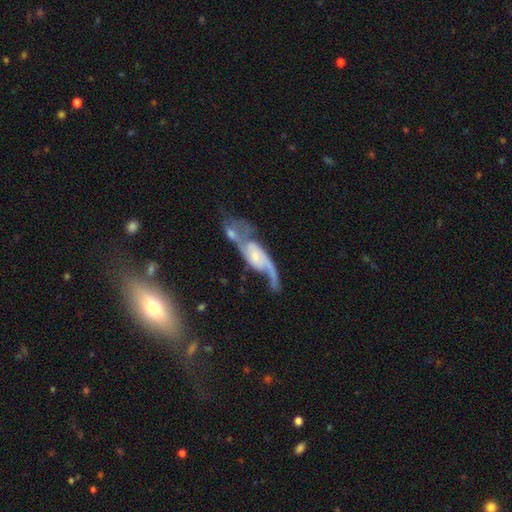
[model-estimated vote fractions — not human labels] This is clearly a featured or disk galaxy (84%). It is clearly not viewed edge-on (90%). Bar: possibly no (54%). Spiral arm pattern: clearly yes (93%). Spiral arm count: clearly 2 (82%). Spiral winding: possibly loose (59%). Central bulge: possibly small (54%). Merging: marginally merger (35%).